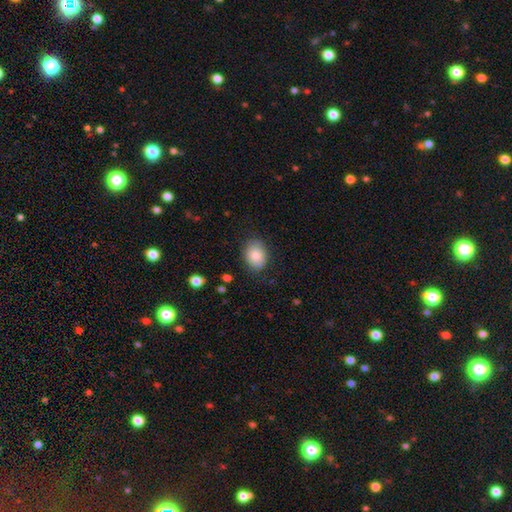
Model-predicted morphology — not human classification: smooth 86%, featured or disk 7%, star or artifact 7%. Down the decision tree: how rounded — in between (69%); merging — none (81%).